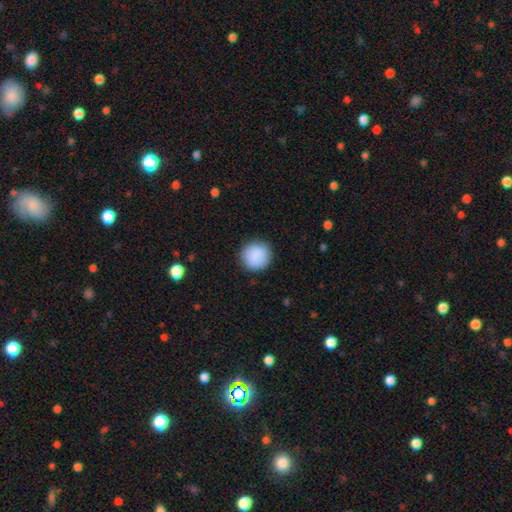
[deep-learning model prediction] Q: Smooth or featured?
A: smooth (88%); runner-up: star or artifact (7%)
Q: How rounded?
A: round (93%); runner-up: in between (6%)
Q: Merging?
A: none (89%); runner-up: minor disturbance (8%)